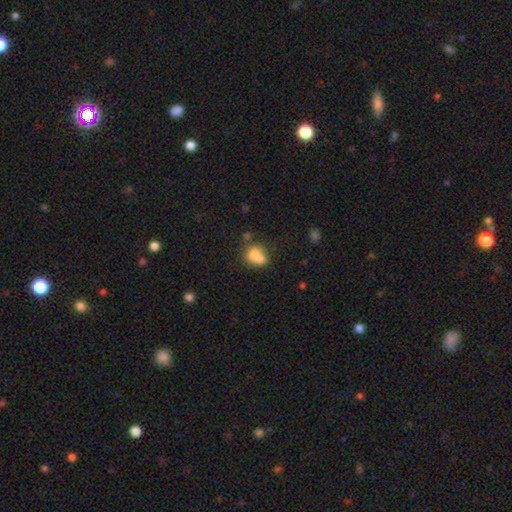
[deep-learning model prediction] smooth_or_featured: smooth (p=0.73) [alt: featured or disk p=0.16]
how_rounded: round (p=0.61) [alt: in between p=0.38]
merging: merger (p=0.46) [alt: none p=0.34]